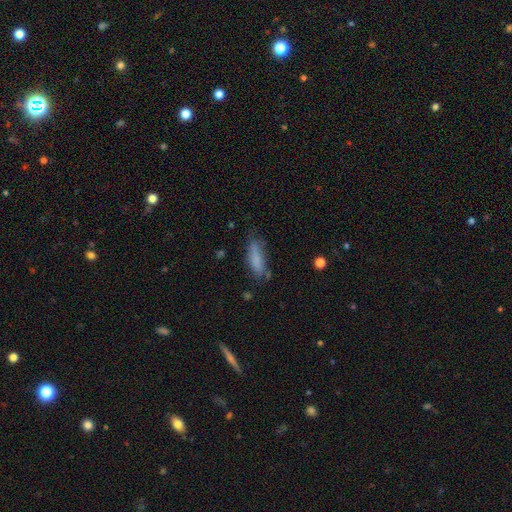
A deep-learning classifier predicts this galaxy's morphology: A smooth galaxy with no disk features (78%) that is in between round and cigar-shaped (52%).

Vote fractions:
- Smooth or featured? smooth: 78% / featured or disk: 13% / star or artifact: 9%
- How rounded? in between: 52% / cigar-shaped: 45% / round: 2%
- Merging? none: 58% / minor disturbance: 28% / major disturbance: 11% / merger: 3%